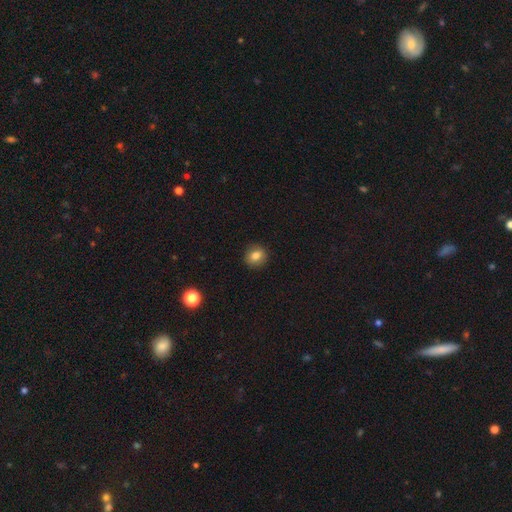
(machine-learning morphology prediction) type=smooth (82%); roundness=round (75%); merging=none (89%).